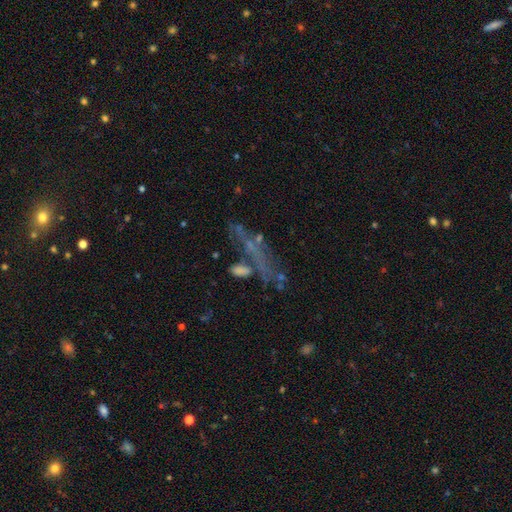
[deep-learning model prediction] This appears to be a featured or disk galaxy (44%). Merging: none (51%).